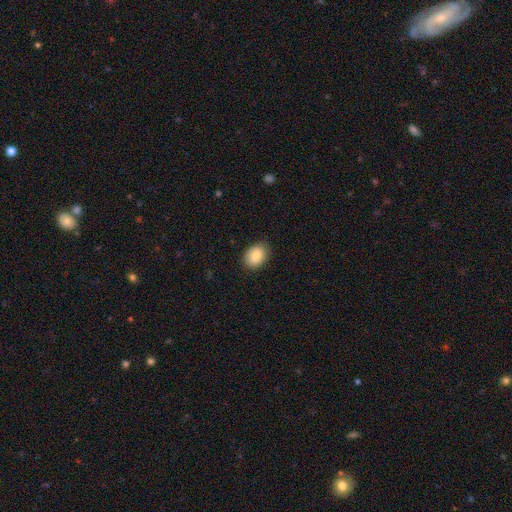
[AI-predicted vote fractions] smooth-or-featured: smooth: 87% | star or artifact: 7% | featured or disk: 6%
  how-rounded: in between: 69% | round: 30% | cigar-shaped: 1%
  merging: none: 84% | minor disturbance: 12% | major disturbance: 3% | merger: 1%